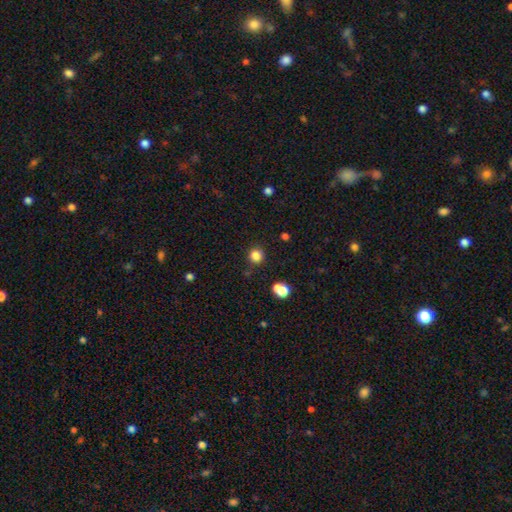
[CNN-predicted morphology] This is clearly a smooth galaxy (84%). How rounded: clearly round (90%). Merging: clearly none (86%).